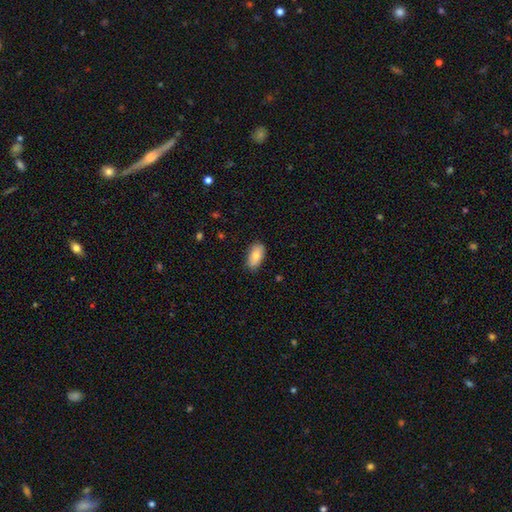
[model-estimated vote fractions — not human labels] Smooth or featured: smooth — 81% (featured or disk — 13%)
How rounded: in between — 93% (round — 4%)
Merging: none — 83% (minor disturbance — 13%)